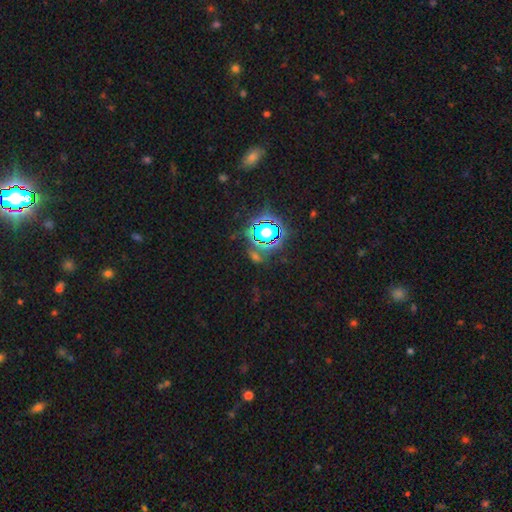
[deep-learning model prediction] This appears to be a star or artifact, not a galaxy (68%).